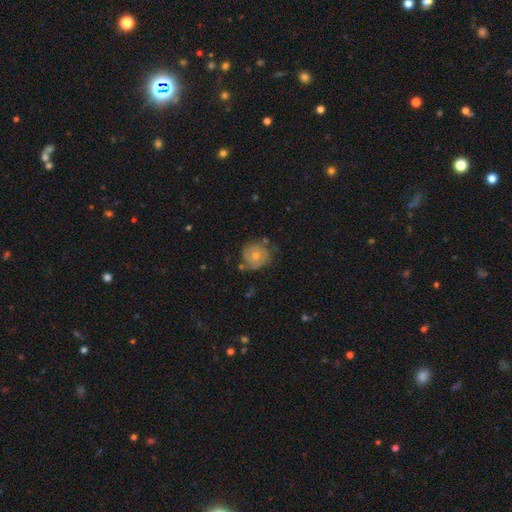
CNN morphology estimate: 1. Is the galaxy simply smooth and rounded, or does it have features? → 48% smooth, 44% featured or disk, 8% star or artifact.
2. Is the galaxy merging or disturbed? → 63% none, 24% minor disturbance, 8% major disturbance, 6% merger.